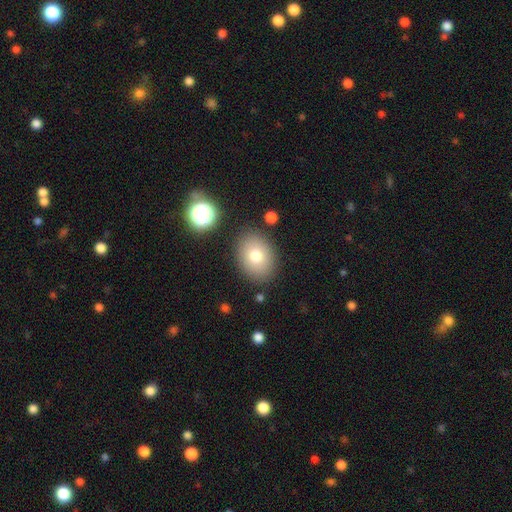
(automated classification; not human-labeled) The model was most divided on "how rounded": in between: 61%, round: 38%, cigar-shaped: 1%. More confident: merging — none (84%); smooth or featured — smooth (76%).